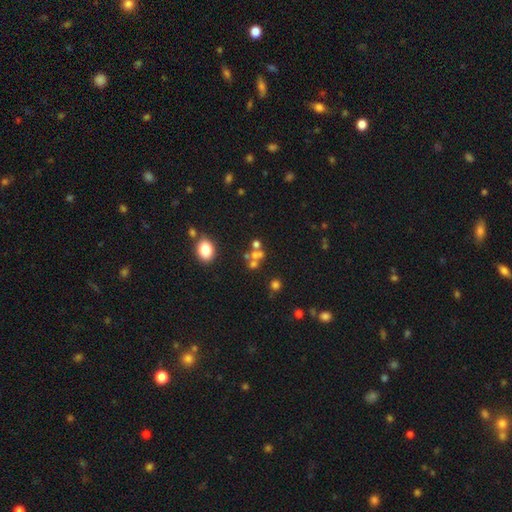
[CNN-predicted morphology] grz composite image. It shows a smooth galaxy with no disk features (54%) that is round (66%). Merging: none (44%).